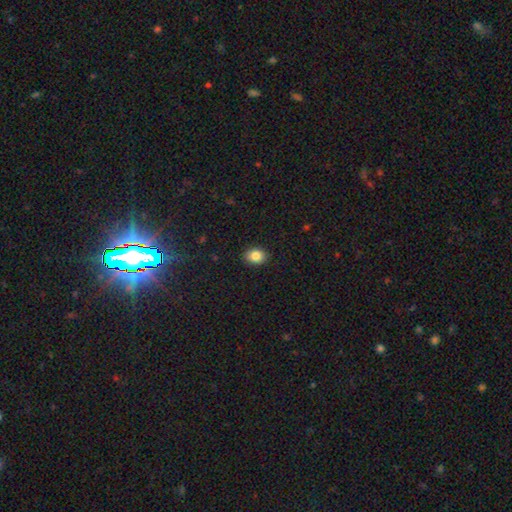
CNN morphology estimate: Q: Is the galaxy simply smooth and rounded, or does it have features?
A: smooth — 85%.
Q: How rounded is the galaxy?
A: in between — 64%.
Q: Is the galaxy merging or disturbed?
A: none — 90%.